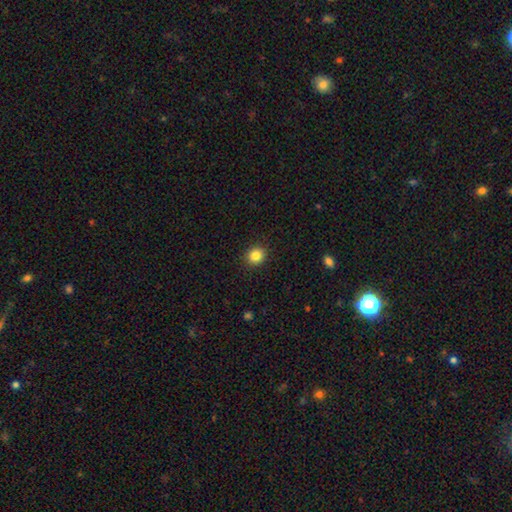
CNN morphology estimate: smooth 84%, star or artifact 11%, featured or disk 5%. Down the decision tree: how rounded — round (86%); merging — none (92%).